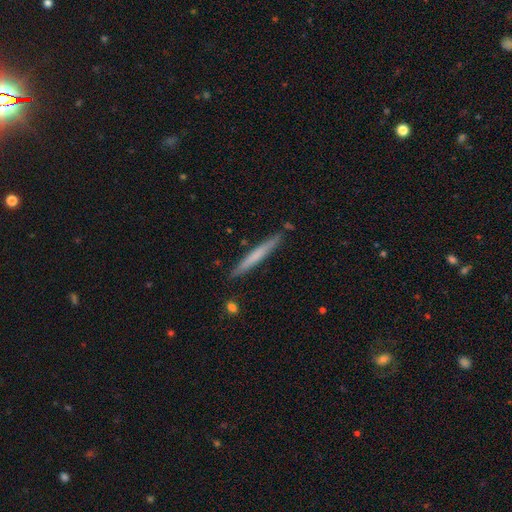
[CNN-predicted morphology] This is possibly a smooth galaxy (58%). How rounded: clearly cigar-shaped (97%). Merging: clearly none (89%).